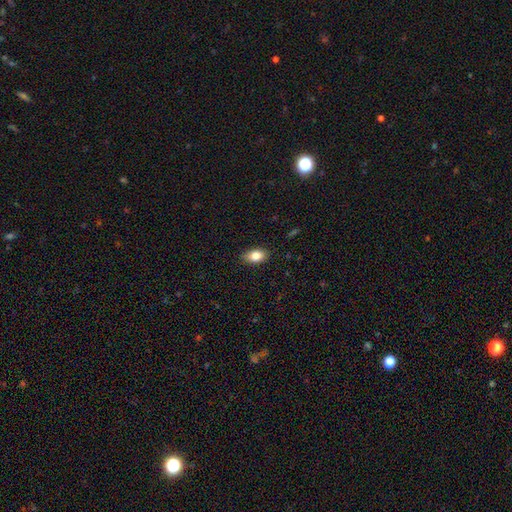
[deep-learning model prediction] This is clearly a smooth galaxy (84%). How rounded: clearly in between (88%). Merging: clearly none (87%).